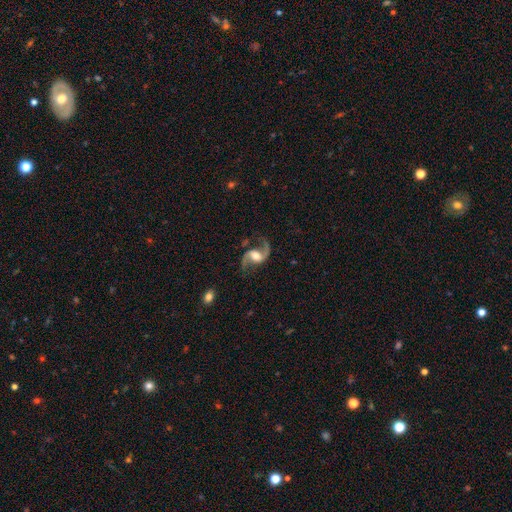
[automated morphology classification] The model was most divided on "bar": weak: 42%, no: 33%, strong: 25%. More confident: edge-on disk — no (98%); spiral arms — yes (97%); spiral arm count — 2 (94%); smooth or featured — featured or disk (91%); merging — none (78%); spiral winding — loose (67%); bulge size — moderate (61%).